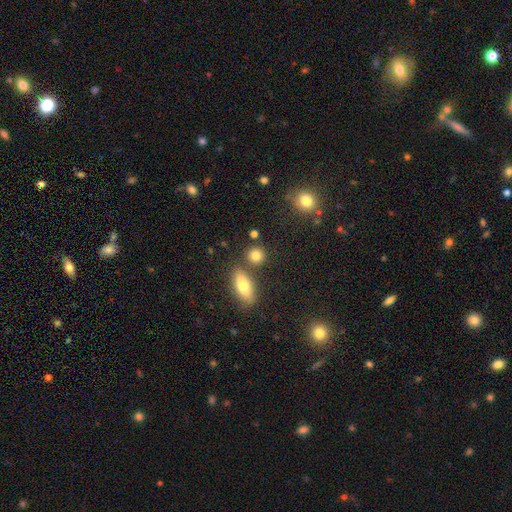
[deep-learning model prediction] smooth-or-featured: smooth: 81% | star or artifact: 11% | featured or disk: 8%
  how-rounded: round: 79% | in between: 18% | cigar-shaped: 3%
  merging: none: 77% | merger: 11% | minor disturbance: 9% | major disturbance: 3%